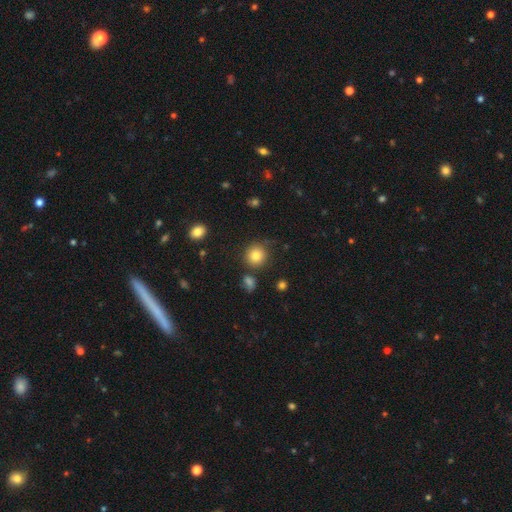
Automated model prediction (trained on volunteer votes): smooth_or_featured: smooth (p=0.81) [alt: star or artifact p=0.11]
how_rounded: round (p=0.92) [alt: in between p=0.08]
merging: none (p=0.80) [alt: minor disturbance p=0.11]